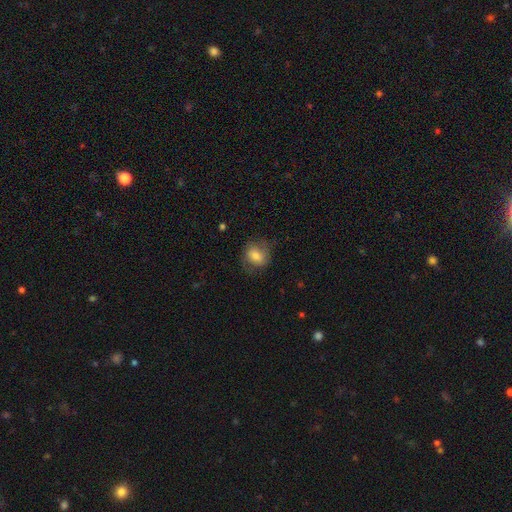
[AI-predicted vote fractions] This is likely a smooth galaxy (68%). How rounded: likely round (61%). Merging: likely none (68%).